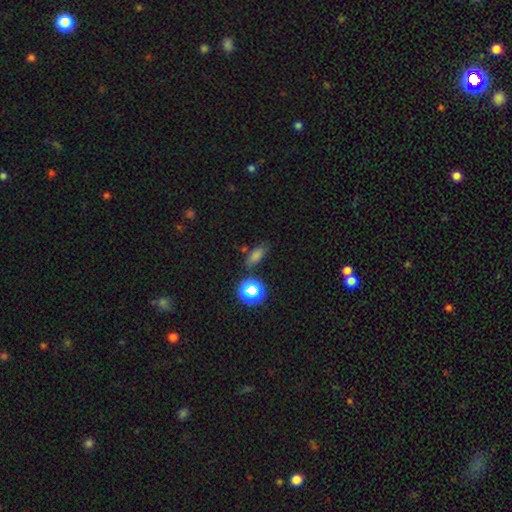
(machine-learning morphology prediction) Overall: smooth (64%; star or artifact 26%). How rounded: in between (68%). Merging: none (77%).